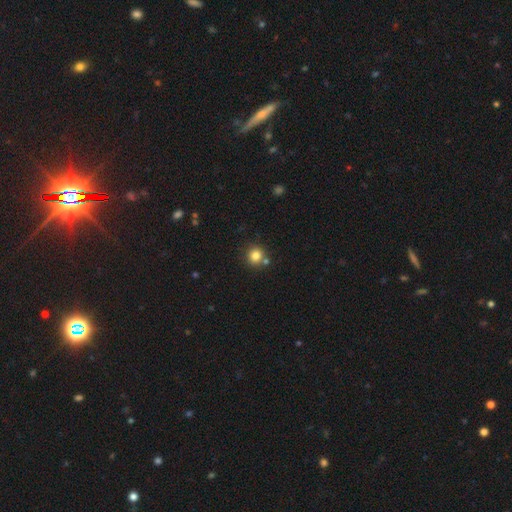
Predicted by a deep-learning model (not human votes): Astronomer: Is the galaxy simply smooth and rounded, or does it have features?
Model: smooth — 83%.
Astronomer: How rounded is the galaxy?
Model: round — 91%.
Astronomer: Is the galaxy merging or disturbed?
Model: none — 76%.